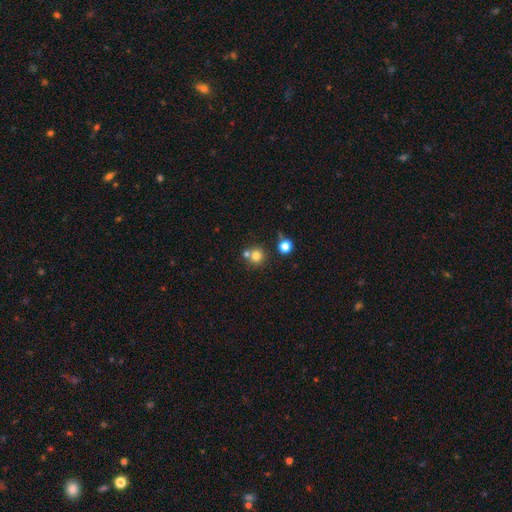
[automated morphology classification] Smooth or featured?
  - smooth: 77% *
  - star or artifact: 14%
  - featured or disk: 10%
How rounded?
  - round: 91% *
  - in between: 8%
  - cigar-shaped: 1%
Merging?
  - none: 60% *
  - merger: 29%
  - minor disturbance: 7%
  - major disturbance: 3%